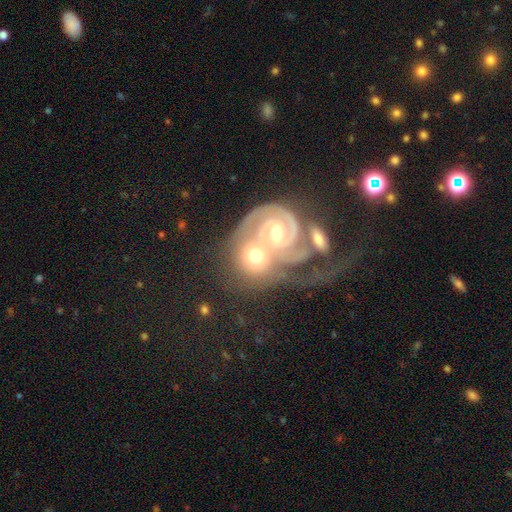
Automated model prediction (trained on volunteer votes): Smooth or featured: featured or disk — 72% (smooth — 21%)
Edge-on disk: no — 96% (yes — 4%)
Bar: no — 49% (weak — 35%)
Spiral arms: yes — 93% (no — 7%)
Spiral winding: tight — 62% (medium — 31%)
Spiral arm count: 2 — 48% (can't tell — 19%)
Bulge size: moderate — 67% (small — 19%)
Merging: merger — 70% (none — 17%)